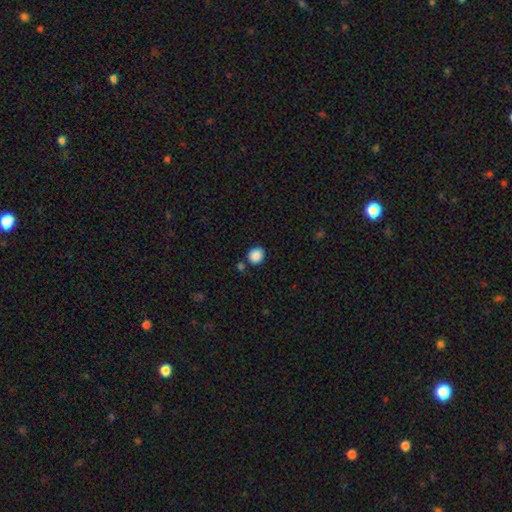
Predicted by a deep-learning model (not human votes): Smooth or featured? smooth (88%)
How rounded? round (78%)
Merging? none (83%)